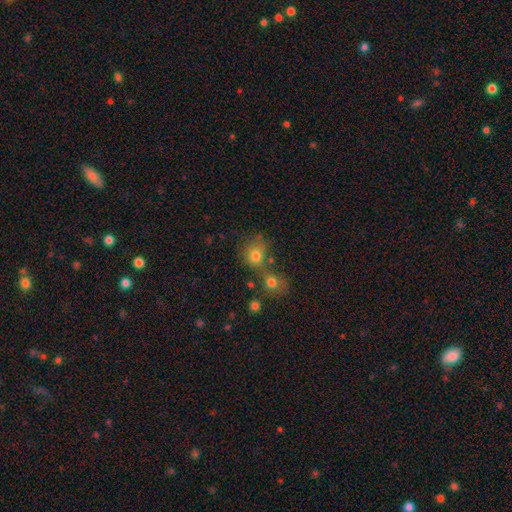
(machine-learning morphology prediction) Overall: smooth (76%). How rounded: round (69%; in between 30%). Merging: merger (43%; none 39%).